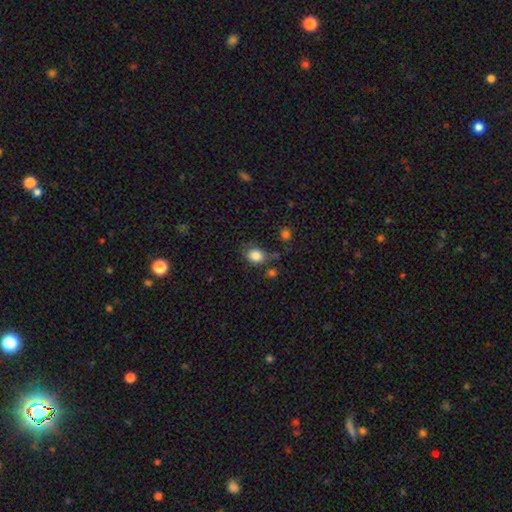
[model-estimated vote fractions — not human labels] Q: Smooth or featured?
A: smooth (84%); runner-up: star or artifact (10%)
Q: How rounded?
A: round (52%); runner-up: in between (47%)
Q: Merging?
A: none (62%); runner-up: minor disturbance (23%)